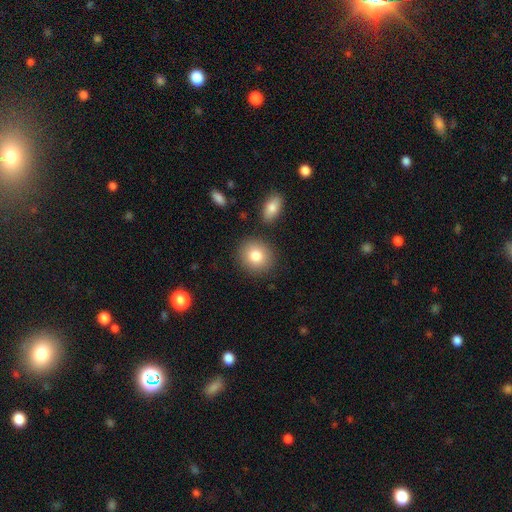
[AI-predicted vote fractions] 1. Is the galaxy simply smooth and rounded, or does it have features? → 82% smooth, 10% featured or disk, 9% star or artifact.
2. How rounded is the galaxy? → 83% round, 16% in between, 1% cigar-shaped.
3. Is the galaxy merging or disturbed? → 85% none, 8% minor disturbance, 5% merger, 2% major disturbance.